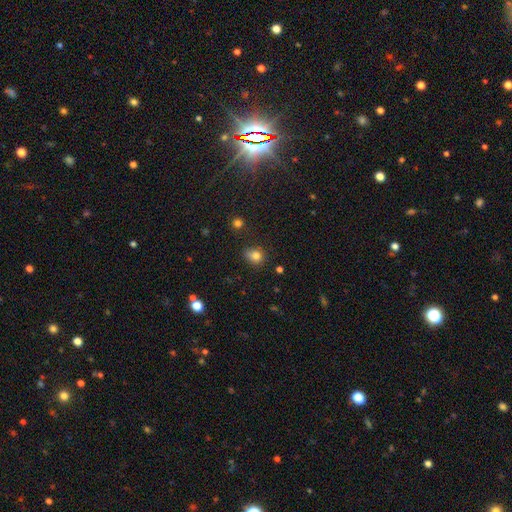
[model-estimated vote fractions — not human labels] This appears to be a smooth galaxy with no disk features (80%) that is round (63%). Merging: none (68%).